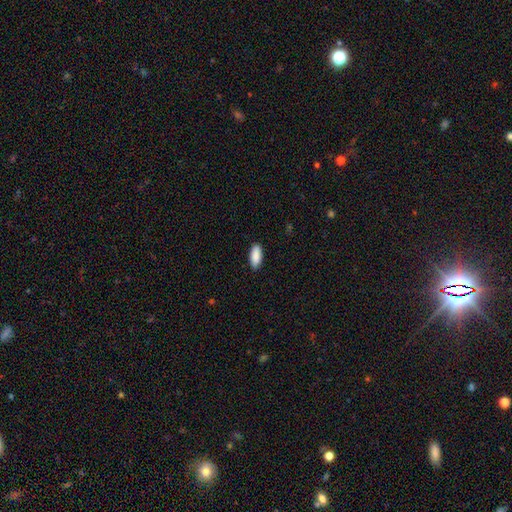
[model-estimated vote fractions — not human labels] smooth-or-featured: smooth: 91% | star or artifact: 6% | featured or disk: 4%
  how-rounded: in between: 82% | cigar-shaped: 17% | round: 2%
  merging: none: 89% | minor disturbance: 9% | major disturbance: 2% | merger: 1%